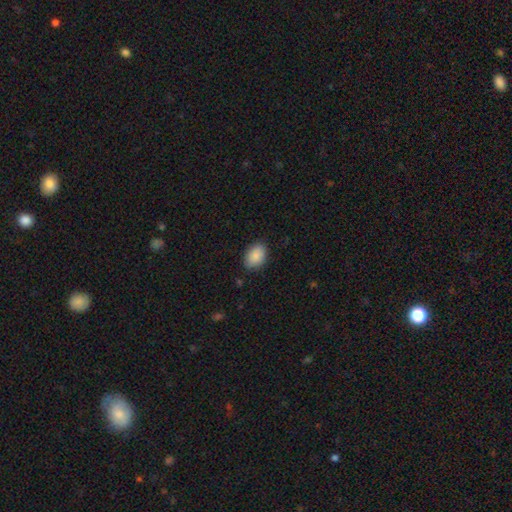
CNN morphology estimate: smooth-or-featured: smooth: 87% | star or artifact: 7% | featured or disk: 6%
  how-rounded: in between: 85% | round: 14% | cigar-shaped: 1%
  merging: none: 86% | minor disturbance: 11% | major disturbance: 2% | merger: 1%